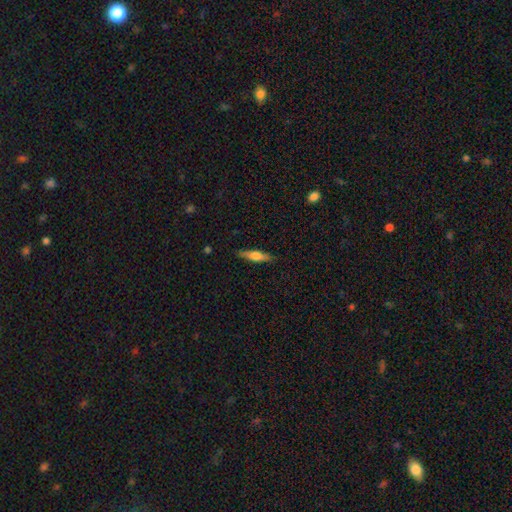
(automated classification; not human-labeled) smooth 48%, featured or disk 46%, star or artifact 6%. Down the decision tree: merging — none (88%).